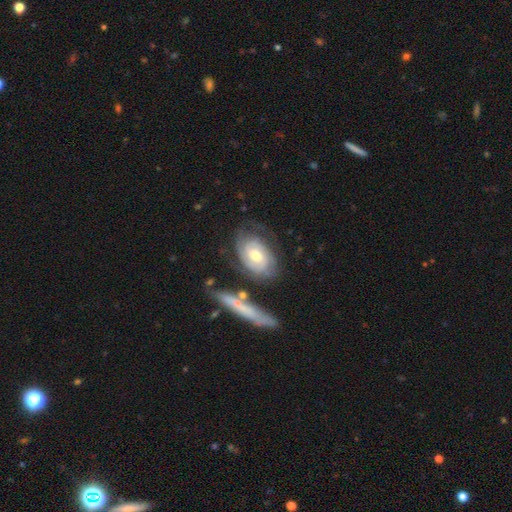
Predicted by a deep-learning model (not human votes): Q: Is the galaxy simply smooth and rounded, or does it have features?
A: featured or disk — 76%.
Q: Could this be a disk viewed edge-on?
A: no — 94%.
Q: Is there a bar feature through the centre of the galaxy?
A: no — 59%.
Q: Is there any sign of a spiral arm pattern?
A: yes — 92%.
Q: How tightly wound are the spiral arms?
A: tight — 69%.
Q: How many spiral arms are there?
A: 2 — 38%.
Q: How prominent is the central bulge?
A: moderate — 62%.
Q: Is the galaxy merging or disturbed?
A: none — 64%.